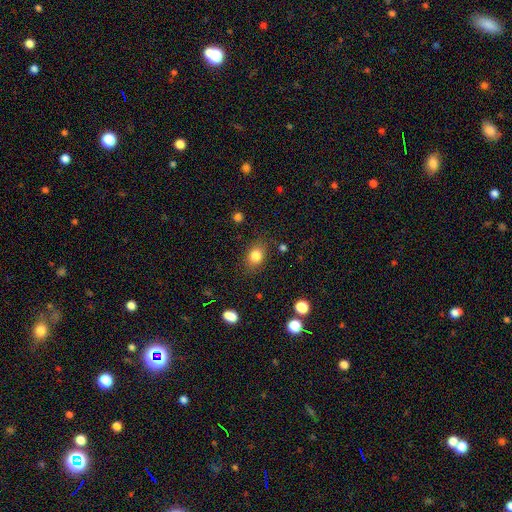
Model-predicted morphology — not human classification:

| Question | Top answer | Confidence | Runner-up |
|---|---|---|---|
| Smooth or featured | smooth | 82% | star or artifact (11%) |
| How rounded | in between | 60% | round (39%) |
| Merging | none | 81% | minor disturbance (13%) |